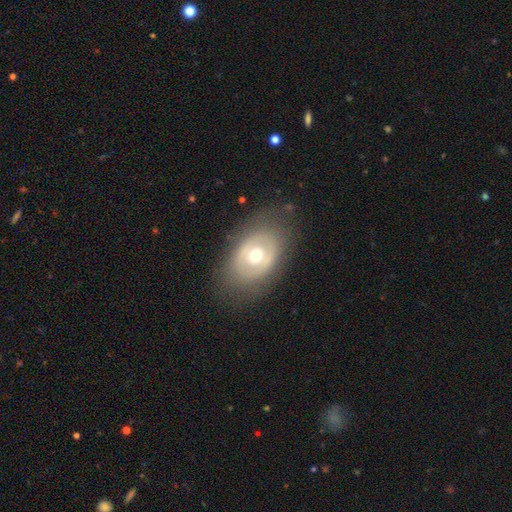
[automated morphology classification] Smooth or featured? featured or disk (52%)
Edge-on disk? no (91%)
Merging? none (76%)